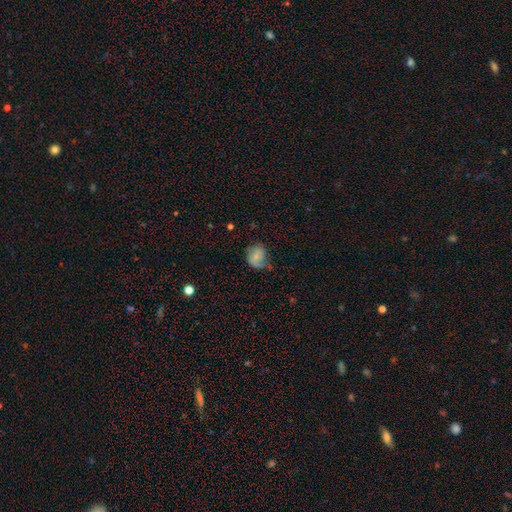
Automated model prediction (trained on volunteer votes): This appears to be a smooth galaxy with no disk features (67%) that is round (58%). Merging: none (44%).